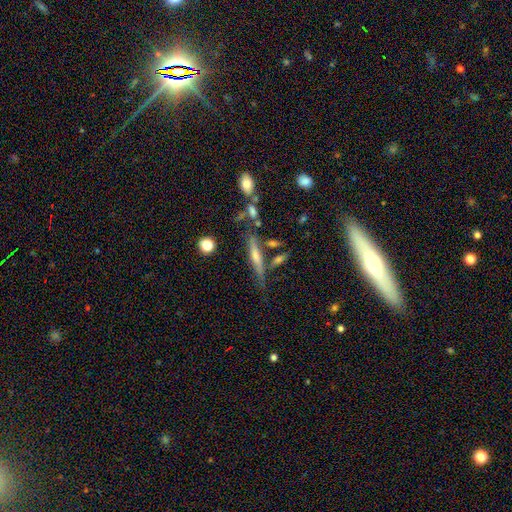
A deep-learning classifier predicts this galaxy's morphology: Smooth or featured? featured or disk (54%)
Edge-on disk? yes (90%)
Merging? none (66%)